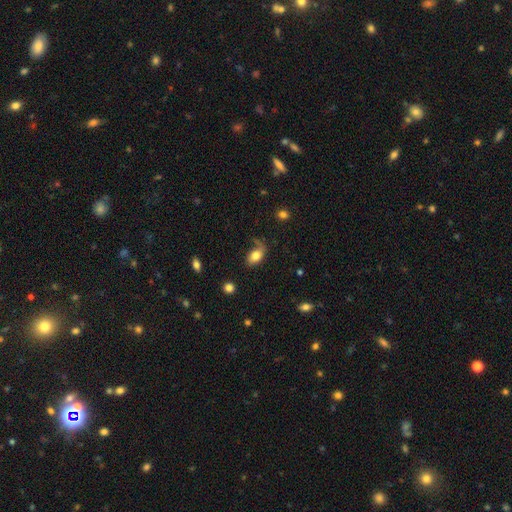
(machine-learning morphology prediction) A smooth galaxy with no disk features (72%) that is in between round and cigar-shaped (87%).

Vote fractions:
- Smooth or featured? smooth: 72% / featured or disk: 20% / star or artifact: 8%
- How rounded? in between: 87% / round: 11% / cigar-shaped: 3%
- Merging? none: 46% / minor disturbance: 26% / major disturbance: 24% / merger: 4%